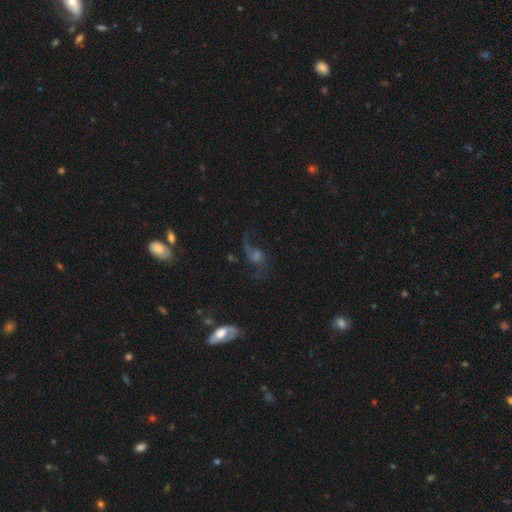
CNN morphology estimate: This appears to be a featured or disk galaxy (69%) with no bar (63%), 2 (80%) loose (75%) spiral arms (91%) and a moderate central bulge (32%). Merging: none (55%).